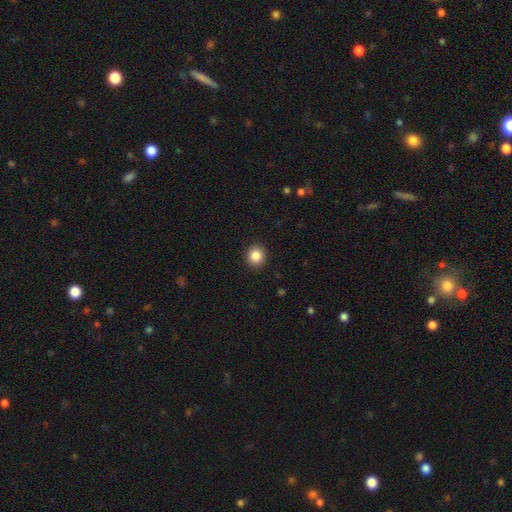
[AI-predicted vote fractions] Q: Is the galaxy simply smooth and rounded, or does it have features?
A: smooth — 86%.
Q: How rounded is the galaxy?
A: round — 92%.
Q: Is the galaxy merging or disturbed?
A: none — 92%.